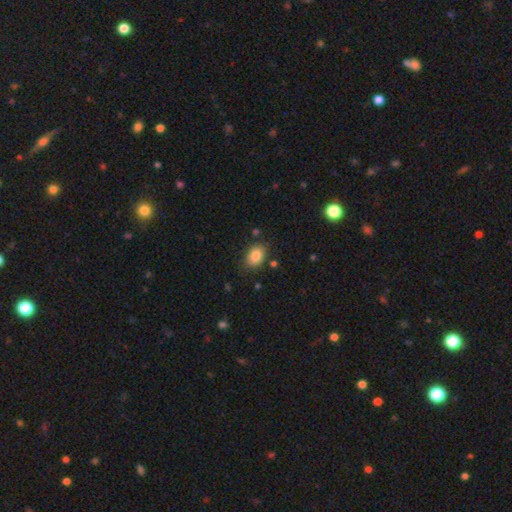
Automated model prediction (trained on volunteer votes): Overall: smooth (85%). How rounded: in between (77%). Merging: none (79%).